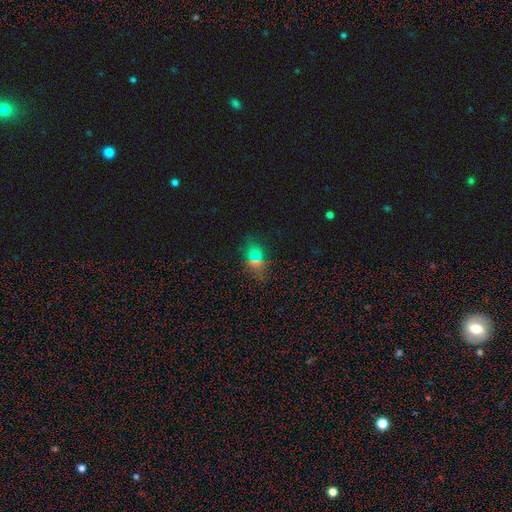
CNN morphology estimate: type=smooth (60%); roundness=in between (68%); merging=none (80%).